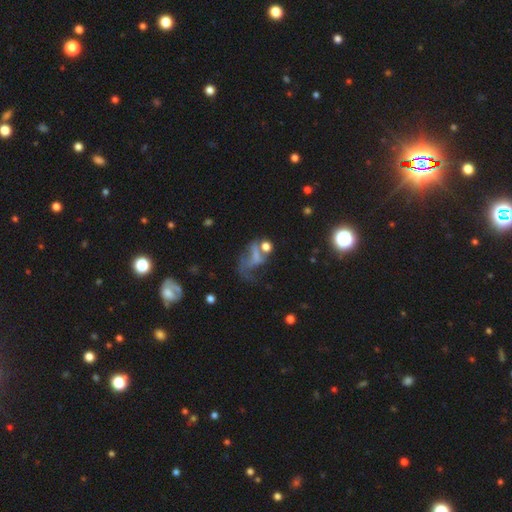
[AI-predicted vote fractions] A featured or disk galaxy (40%).

Vote fractions:
- Smooth or featured? featured or disk: 40% / smooth: 39% / star or artifact: 20%
- Merging? major disturbance: 47% / none: 20% / merger: 18% / minor disturbance: 15%